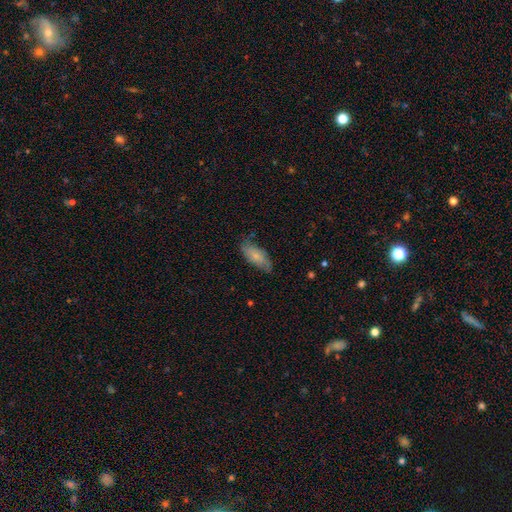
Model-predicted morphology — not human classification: Smooth or featured? smooth (70%)
How rounded? in between (82%)
Merging? none (68%)